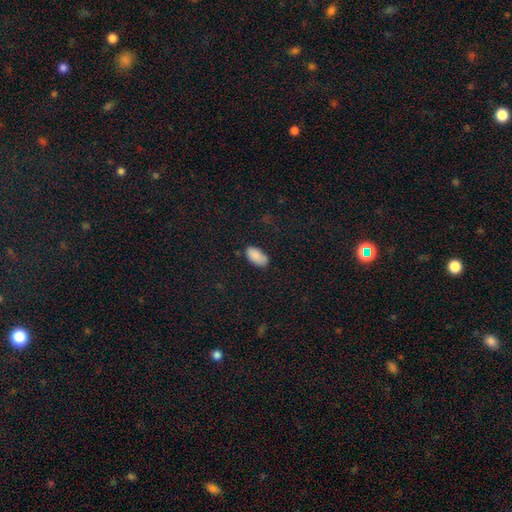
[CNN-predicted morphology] smooth 87%, star or artifact 8%, featured or disk 5%. Down the decision tree: how rounded — in between (95%); merging — none (72%).